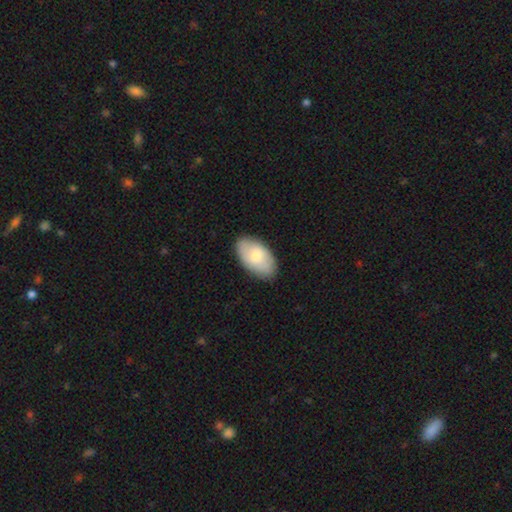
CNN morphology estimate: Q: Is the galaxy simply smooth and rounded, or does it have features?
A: smooth — 71%.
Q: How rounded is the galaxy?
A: in between — 94%.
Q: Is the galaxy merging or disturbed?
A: none — 86%.